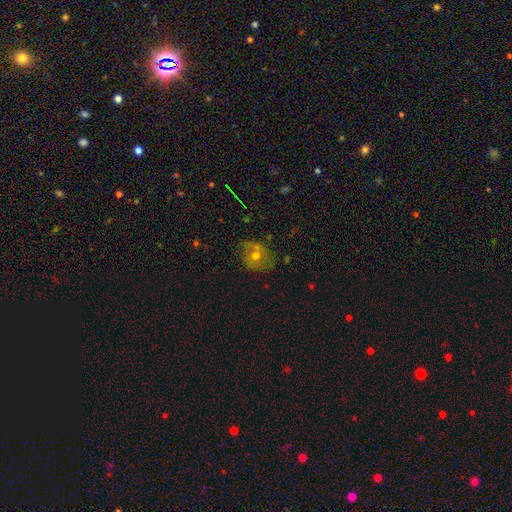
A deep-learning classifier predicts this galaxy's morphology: Smooth or featured? Predicted: smooth (p=0.49). Merging? Predicted: none (p=0.58).